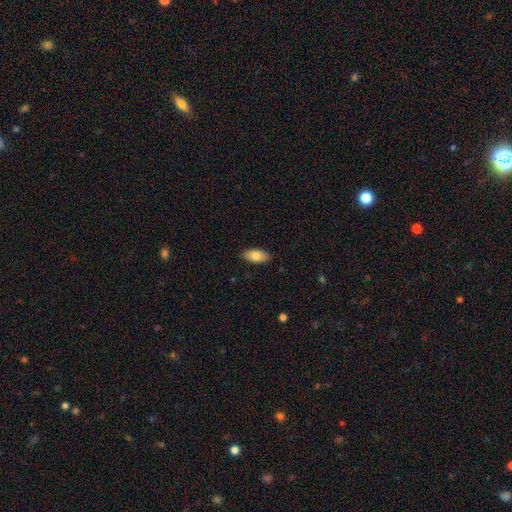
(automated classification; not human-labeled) Morphology: type=smooth (83%); roundness=in between (92%); merging=none (89%).